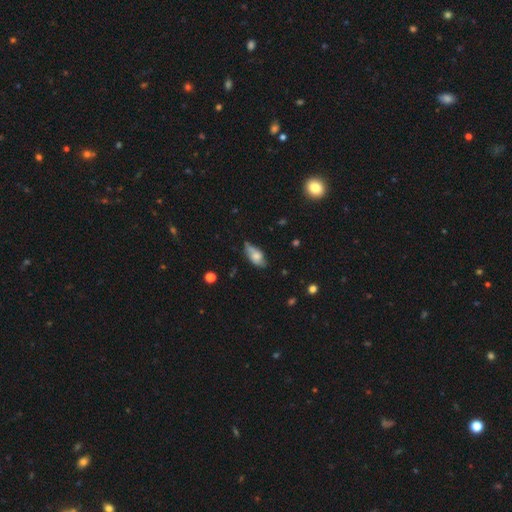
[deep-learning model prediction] A smooth galaxy with no disk features (61%) that is in between round and cigar-shaped (86%).

Vote fractions:
- Smooth or featured? smooth: 61% / featured or disk: 31% / star or artifact: 8%
- How rounded? in between: 86% / cigar-shaped: 10% / round: 3%
- Merging? none: 54% / minor disturbance: 34% / major disturbance: 9% / merger: 3%